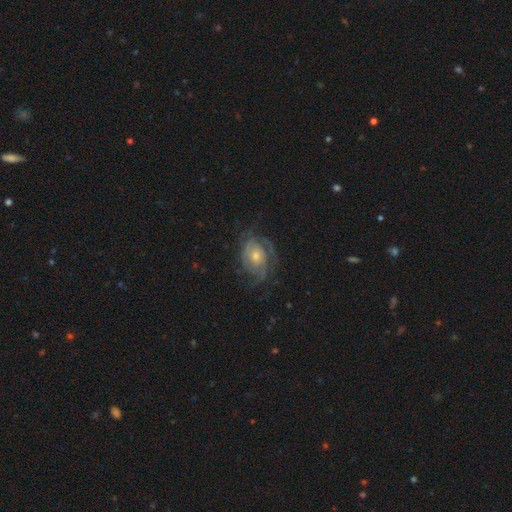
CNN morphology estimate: Smooth or featured? Predicted: featured or disk (p=0.79). Edge-on disk? Predicted: no (p=0.97). Bar? Predicted: no (p=0.73). Spiral arms? Predicted: yes (p=0.92). Spiral winding? Predicted: tight (p=0.55). Spiral arm count? Predicted: can't tell (p=0.33). Bulge size? Predicted: moderate (p=0.53). Merging? Predicted: none (p=0.67).